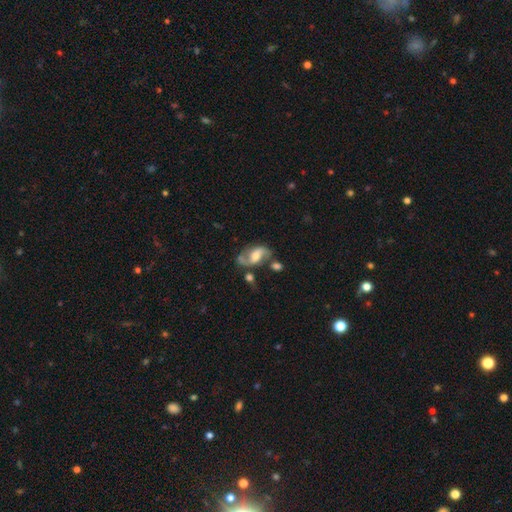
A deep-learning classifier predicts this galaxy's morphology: Smooth or featured?
  - featured or disk: 77% *
  - smooth: 17%
  - star or artifact: 6%
Edge-on disk?
  - no: 96% *
  - yes: 4%
Bar?
  - weak: 45% *
  - no: 38%
  - strong: 17%
Spiral arms?
  - yes: 92% *
  - no: 8%
Spiral winding?
  - loose: 46% *
  - medium: 42%
  - tight: 11%
Spiral arm count?
  - 2: 90% *
  - can't tell: 4%
  - 1: 3%
  - 3: 1%
  - 4: 1%
  - more than 4: 1%
Bulge size?
  - moderate: 48% *
  - large: 22%
  - small: 20%
  - none: 8%
  - dominant: 2%
Merging?
  - none: 57% *
  - minor disturbance: 19%
  - merger: 14%
  - major disturbance: 10%